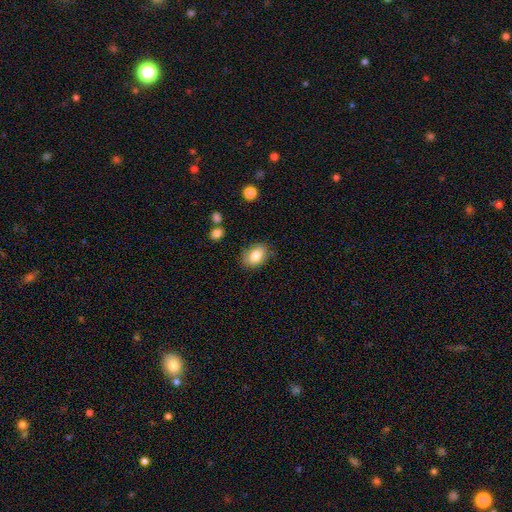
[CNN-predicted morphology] Q: Smooth or featured?
A: smooth (82%); runner-up: featured or disk (10%)
Q: How rounded?
A: in between (81%); runner-up: round (18%)
Q: Merging?
A: none (80%); runner-up: minor disturbance (15%)